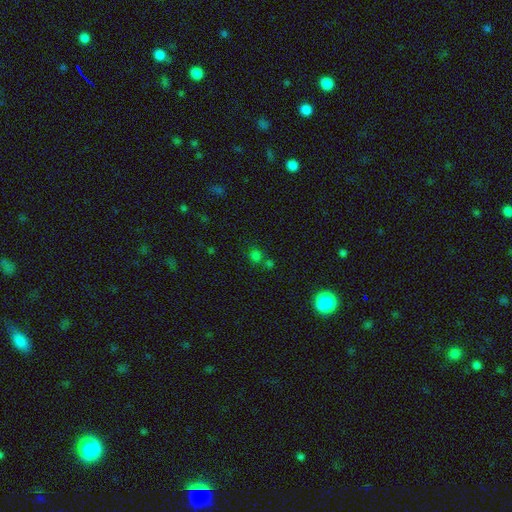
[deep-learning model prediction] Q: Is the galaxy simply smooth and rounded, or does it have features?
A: smooth — 64%.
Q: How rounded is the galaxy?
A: round — 86%.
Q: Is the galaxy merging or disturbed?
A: none — 68%.